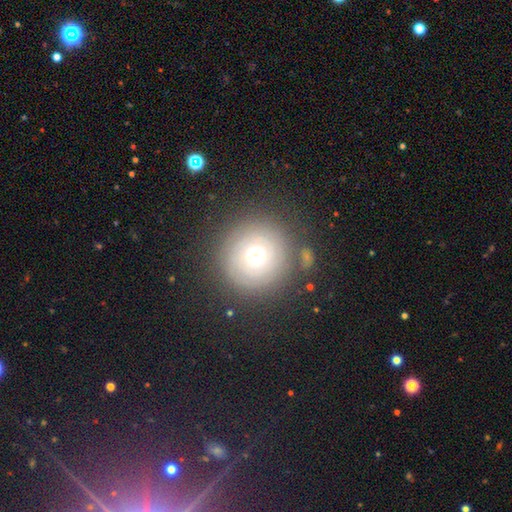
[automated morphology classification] smooth 56%, featured or disk 30%, star or artifact 14%. Down the decision tree: how rounded — round (95%); merging — none (81%).